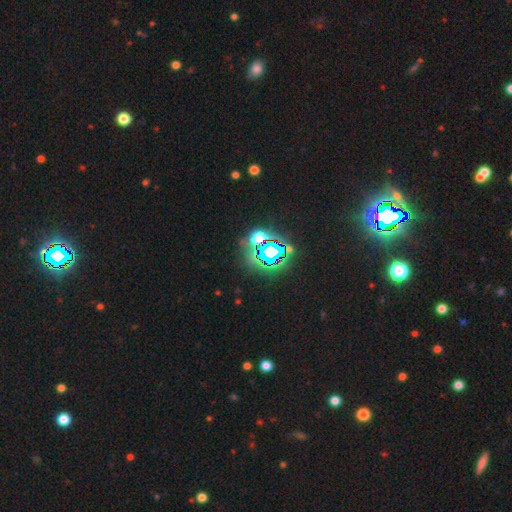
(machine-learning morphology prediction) The model was most divided on "smooth or featured": star or artifact: 76%, smooth: 15%, featured or disk: 9%.